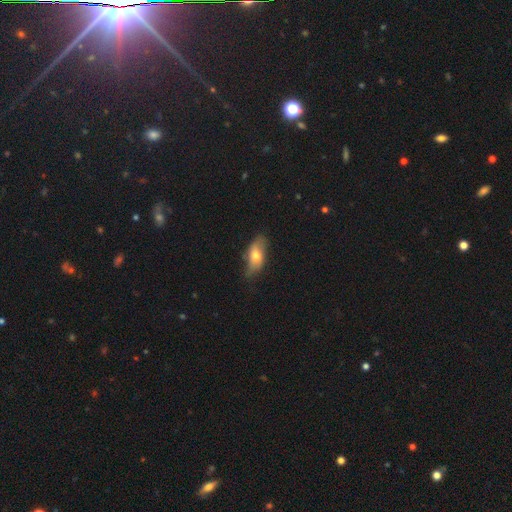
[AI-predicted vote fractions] A smooth galaxy with no disk features (57%) that is in between round and cigar-shaped (84%). Merging: none (61%).